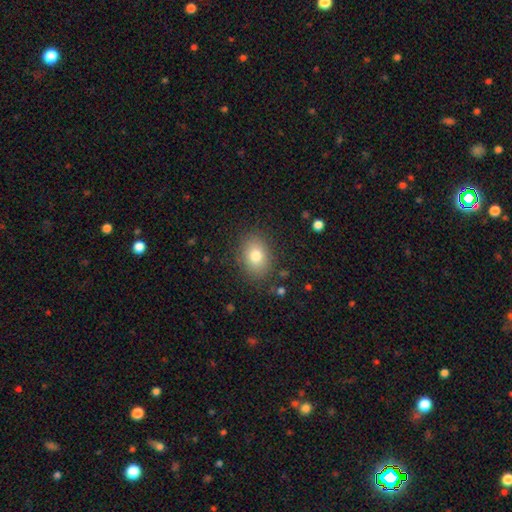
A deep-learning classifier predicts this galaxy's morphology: Overall: smooth (79%). How rounded: in between (66%; round 33%). Merging: none (84%).